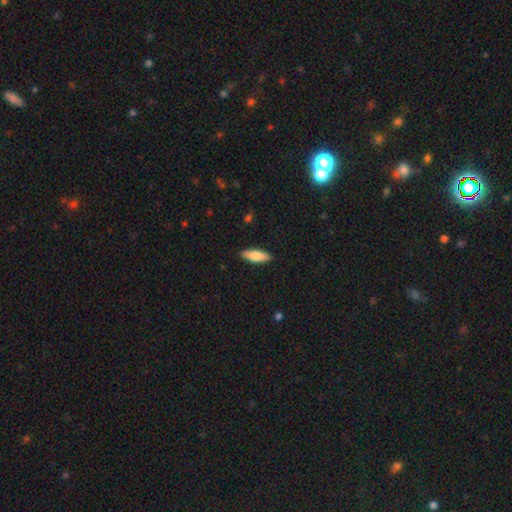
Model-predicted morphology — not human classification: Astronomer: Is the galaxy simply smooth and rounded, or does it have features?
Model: smooth — 75%.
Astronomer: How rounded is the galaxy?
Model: in between — 55% (runner-up: cigar-shaped, 43%).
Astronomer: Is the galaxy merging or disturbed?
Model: none — 90%.